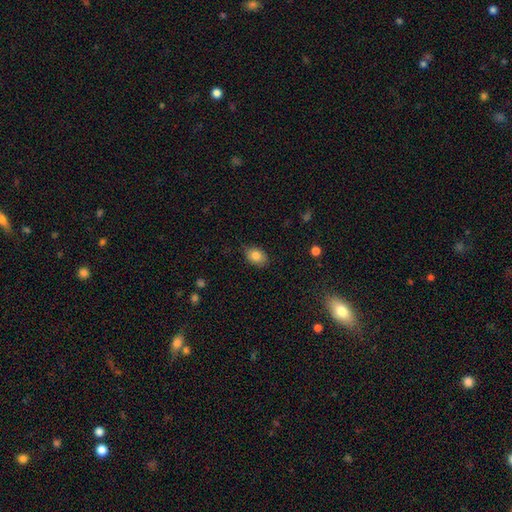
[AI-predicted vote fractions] Morphology: type=smooth (83%); roundness=in between (77%); merging=none (79%).